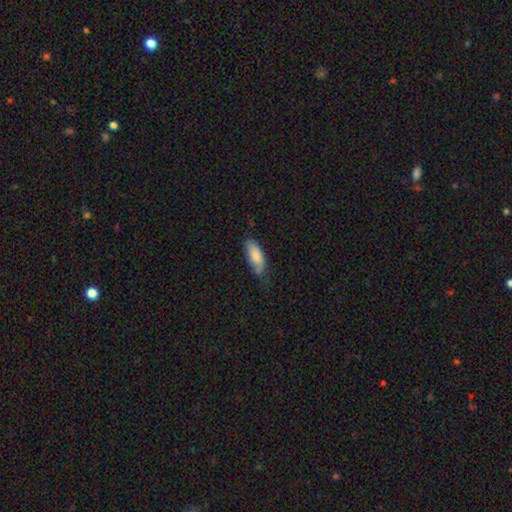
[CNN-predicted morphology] smooth_or_featured: smooth (p=0.79) [alt: featured or disk p=0.15]
how_rounded: in between (p=0.81) [alt: cigar-shaped p=0.17]
merging: none (p=0.53) [alt: minor disturbance p=0.36]